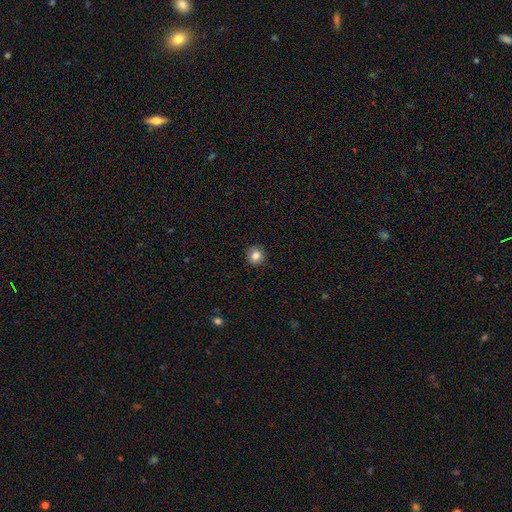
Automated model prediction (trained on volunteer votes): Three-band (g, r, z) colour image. It shows a smooth galaxy with no disk features (82%) that is round (90%). Merging: none (90%).